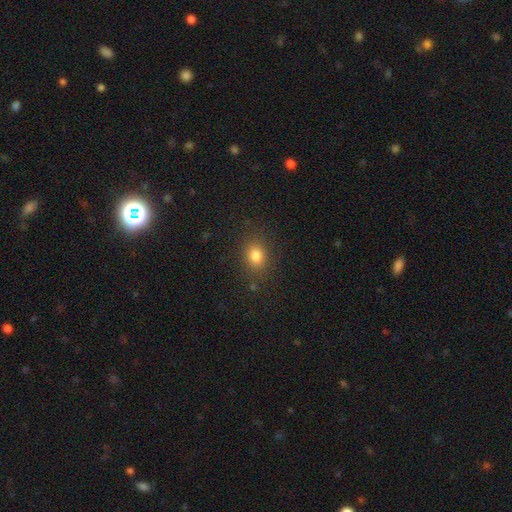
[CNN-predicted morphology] Q: Smooth or featured?
A: smooth (81%); runner-up: star or artifact (12%)
Q: How rounded?
A: in between (53%); runner-up: round (46%)
Q: Merging?
A: none (83%); runner-up: minor disturbance (11%)